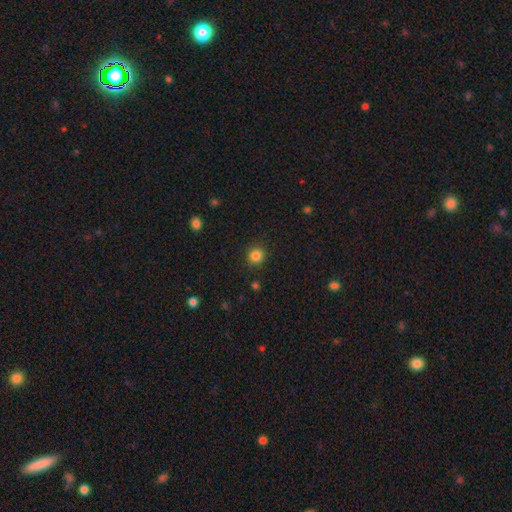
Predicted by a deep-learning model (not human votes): Q: Smooth or featured?
A: smooth (84%); runner-up: star or artifact (12%)
Q: How rounded?
A: round (90%); runner-up: in between (9%)
Q: Merging?
A: none (90%); runner-up: minor disturbance (7%)